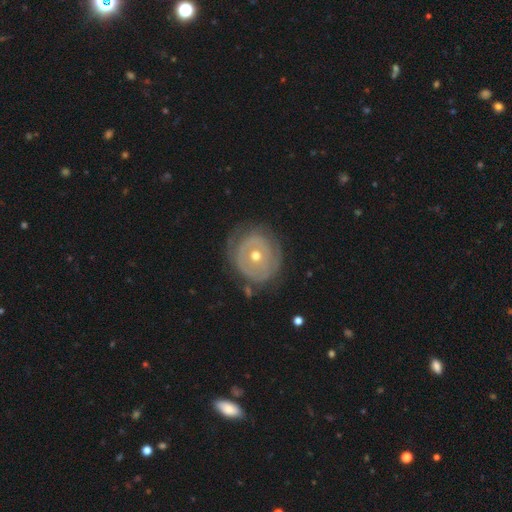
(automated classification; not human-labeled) The model was most divided on "spiral arms": no: 53%, yes: 47%. More confident: edge-on disk — no (96%); bar — no (83%); smooth or featured — featured or disk (68%); merging — none (68%); bulge size — moderate (61%).